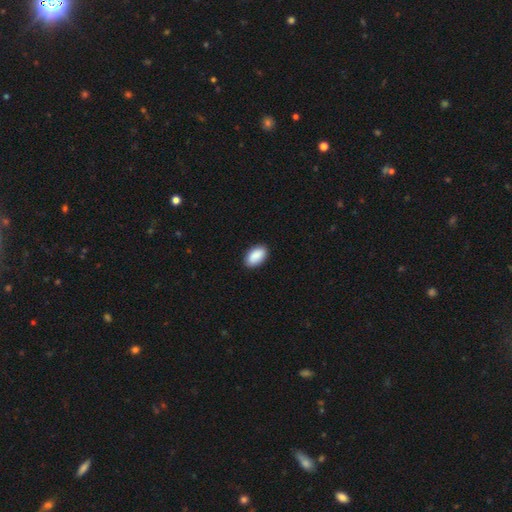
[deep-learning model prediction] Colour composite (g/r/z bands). It shows a smooth galaxy with no disk features (91%) that is in between round and cigar-shaped (94%). Merging: none (89%).